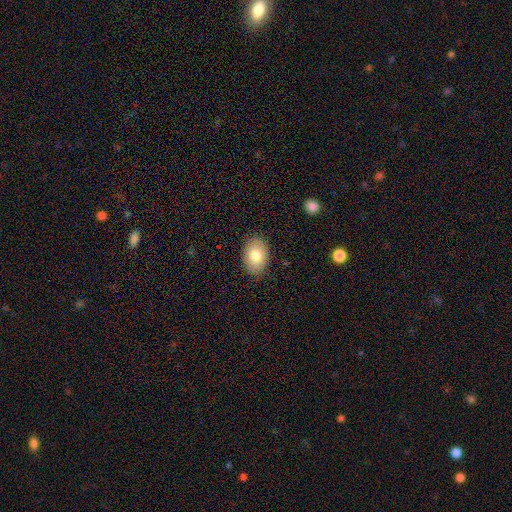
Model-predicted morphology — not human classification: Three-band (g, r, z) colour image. It shows a smooth galaxy with no disk features (81%) that is in between round and cigar-shaped (88%). Merging: none (87%).